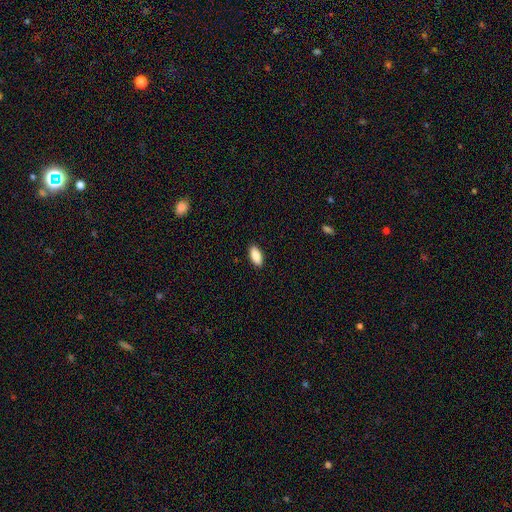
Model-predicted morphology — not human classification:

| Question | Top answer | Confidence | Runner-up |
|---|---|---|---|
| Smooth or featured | smooth | 88% | star or artifact (6%) |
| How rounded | in between | 88% | cigar-shaped (10%) |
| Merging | none | 90% | minor disturbance (7%) |